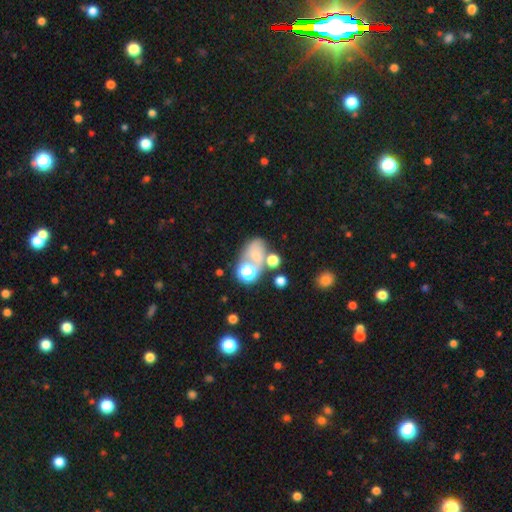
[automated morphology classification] A smooth galaxy with no disk features (49%).

Vote fractions:
- Smooth or featured? smooth: 49% / featured or disk: 27% / star or artifact: 24%
- Merging? none: 36% / merger: 34% / minor disturbance: 16% / major disturbance: 14%